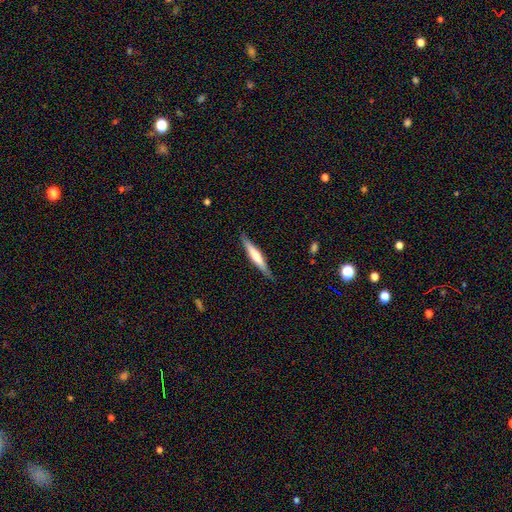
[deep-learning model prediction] Morphology: type=smooth (48%); merging=none (86%).